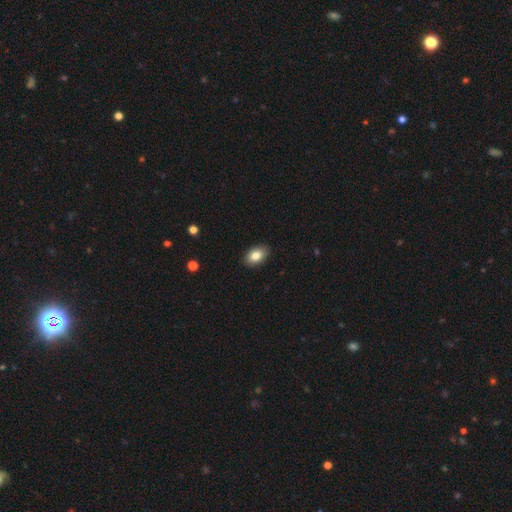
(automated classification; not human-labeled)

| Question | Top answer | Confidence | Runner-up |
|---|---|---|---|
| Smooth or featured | smooth | 84% | featured or disk (8%) |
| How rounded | in between | 89% | round (10%) |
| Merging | none | 89% | minor disturbance (9%) |